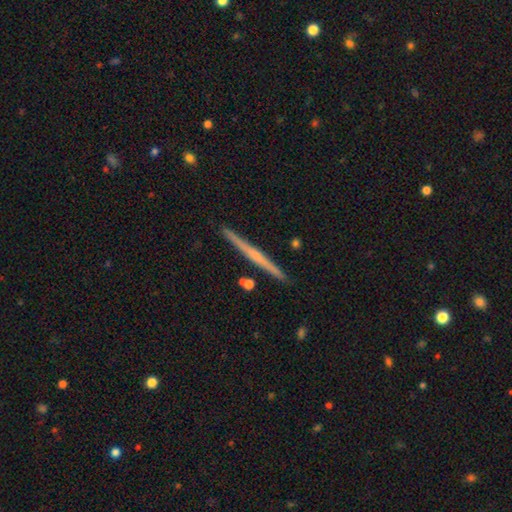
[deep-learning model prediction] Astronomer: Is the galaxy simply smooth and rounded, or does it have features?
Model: featured or disk — 63%.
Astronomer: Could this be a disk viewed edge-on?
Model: yes — 98%.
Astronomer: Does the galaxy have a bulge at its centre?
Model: none — 65%.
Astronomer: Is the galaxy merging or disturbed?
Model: none — 92%.